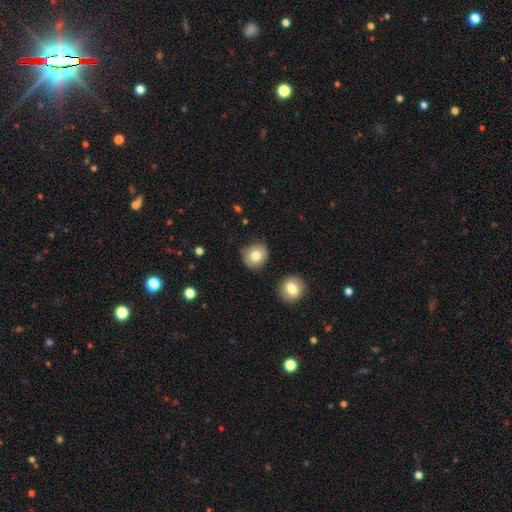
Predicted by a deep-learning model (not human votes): This is likely a smooth galaxy (79%). How rounded: clearly round (84%). Merging: clearly none (81%).